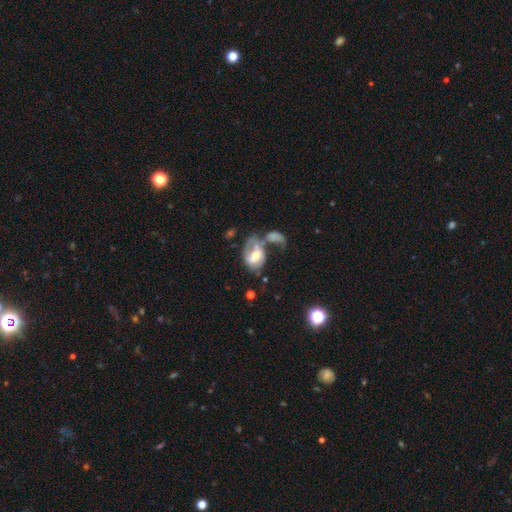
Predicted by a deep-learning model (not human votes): Smooth or featured? Predicted: featured or disk (p=0.58). Edge-on disk? Predicted: no (p=0.96). Bar? Predicted: weak (p=0.41). Spiral arms? Predicted: yes (p=0.61). Bulge size? Predicted: moderate (p=0.54). Merging? Predicted: merger (p=0.37).